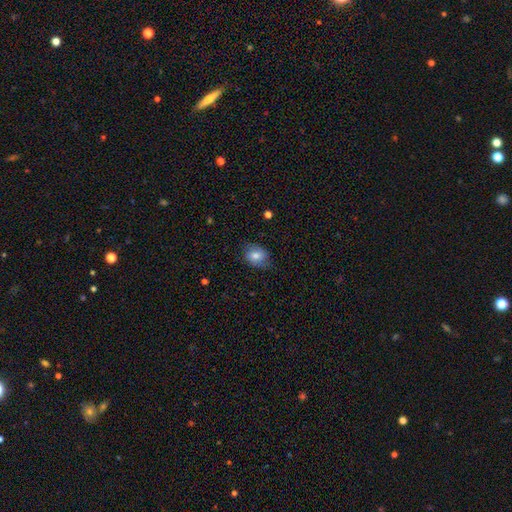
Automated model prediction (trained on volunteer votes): The model was most divided on "how rounded": in between: 64%, round: 34%, cigar-shaped: 1%. More confident: smooth or featured — smooth (73%); merging — none (70%).